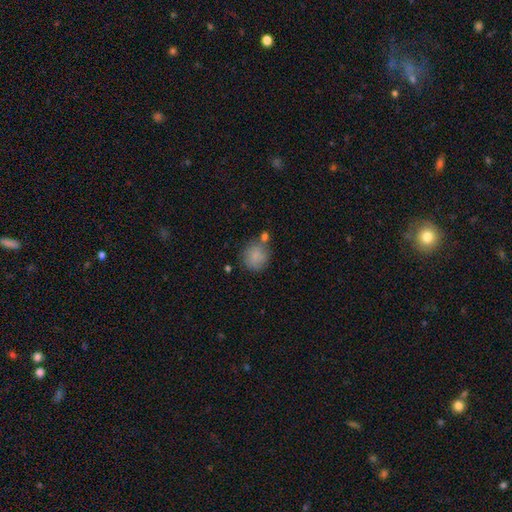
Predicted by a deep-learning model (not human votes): Smooth or featured? smooth (82%)
How rounded? round (80%)
Merging? none (60%)